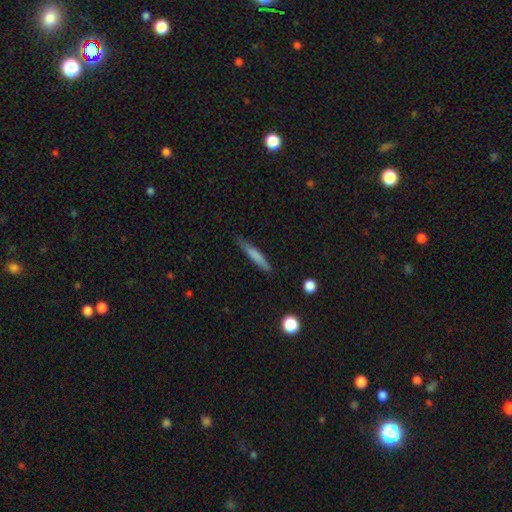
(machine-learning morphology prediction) Smooth or featured?
  - smooth: 72% *
  - featured or disk: 21%
  - star or artifact: 6%
How rounded?
  - cigar-shaped: 93% *
  - in between: 5%
  - round: 1%
Merging?
  - none: 83% *
  - minor disturbance: 13%
  - major disturbance: 3%
  - merger: 2%